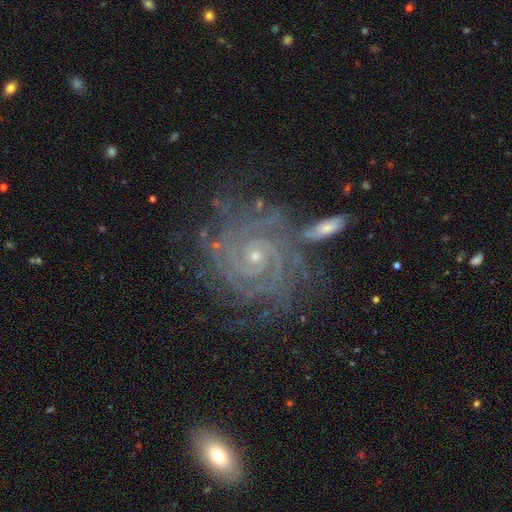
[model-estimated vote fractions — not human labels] This is clearly a featured or disk galaxy (86%). It is clearly not viewed edge-on (97%). Bar: likely no (70%). Spiral arm pattern: clearly yes (97%). Spiral arm count: marginally can't tell (27%). Spiral winding: clearly tight (82%). Central bulge: likely small (76%). Merging: likely none (69%).